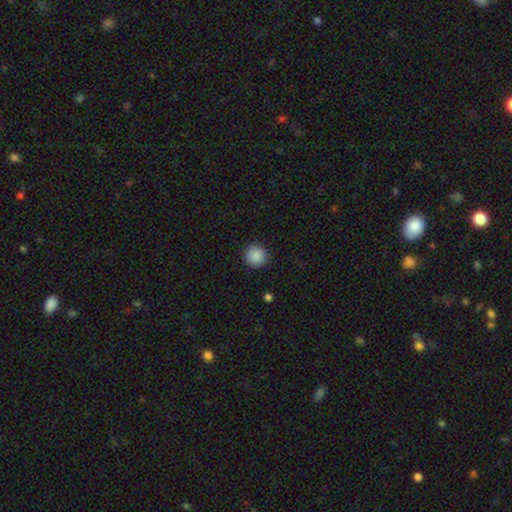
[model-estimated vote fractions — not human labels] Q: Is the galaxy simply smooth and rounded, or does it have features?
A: smooth — 88%.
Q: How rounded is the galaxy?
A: round — 94%.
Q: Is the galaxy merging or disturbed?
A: none — 91%.